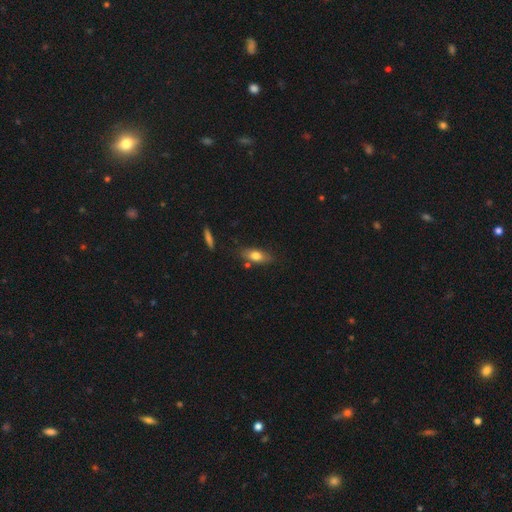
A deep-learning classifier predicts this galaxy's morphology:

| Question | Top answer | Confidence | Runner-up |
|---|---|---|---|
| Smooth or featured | smooth | 72% | featured or disk (20%) |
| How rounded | in between | 74% | cigar-shaped (22%) |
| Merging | none | 75% | minor disturbance (16%) |